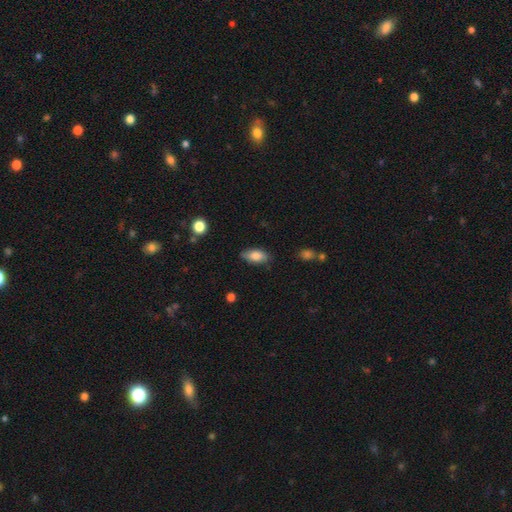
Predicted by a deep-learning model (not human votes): Q: Smooth or featured?
A: smooth (80%); runner-up: featured or disk (13%)
Q: How rounded?
A: in between (88%); runner-up: cigar-shaped (8%)
Q: Merging?
A: none (79%); runner-up: minor disturbance (16%)